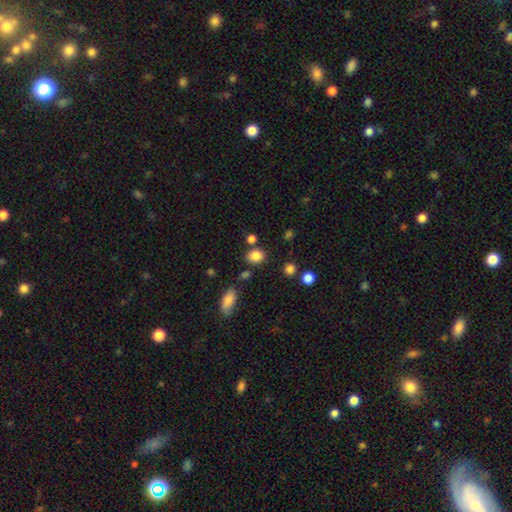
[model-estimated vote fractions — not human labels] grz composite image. It shows a smooth galaxy with no disk features (84%) that is round (51%). Merging: none (74%).